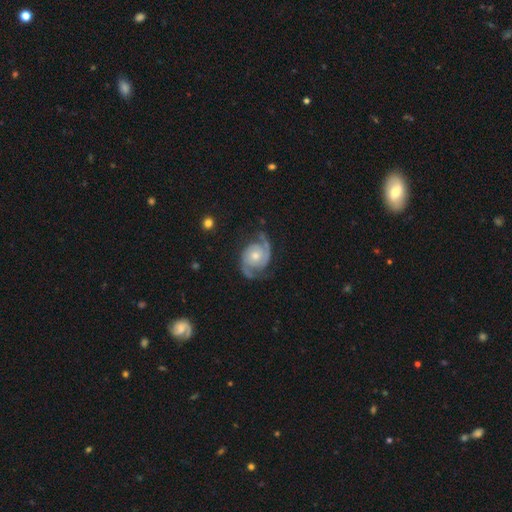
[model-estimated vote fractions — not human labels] A featured or disk galaxy (89%) with no bar (73%), 2 (92%) medium (49%) spiral arms (98%) and a moderate central bulge (55%).

Vote fractions:
- Smooth or featured? featured or disk: 89% / smooth: 6% / star or artifact: 5%
- Edge-on disk? no: 98% / yes: 2%
- Bar? no: 73% / weak: 22% / strong: 5%
- Spiral arms? yes: 98% / no: 2%
- Spiral winding? medium: 49% / tight: 36% / loose: 15%
- Spiral arm count? 2: 92% / can't tell: 3% / 3: 2% / 1: 1% / 4: 1% / more than 4: 1%
- Bulge size? moderate: 55% / small: 37% / large: 4% / none: 2% / dominant: 1%
- Merging? none: 74% / minor disturbance: 17% / major disturbance: 7% / merger: 2%